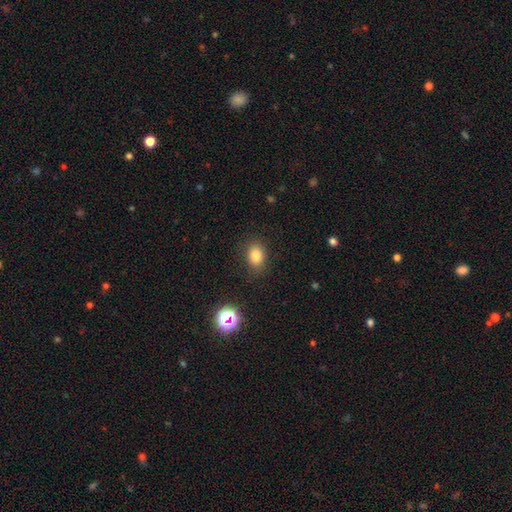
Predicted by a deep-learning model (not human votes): This is clearly a smooth galaxy (81%). How rounded: likely in between (71%). Merging: clearly none (83%).